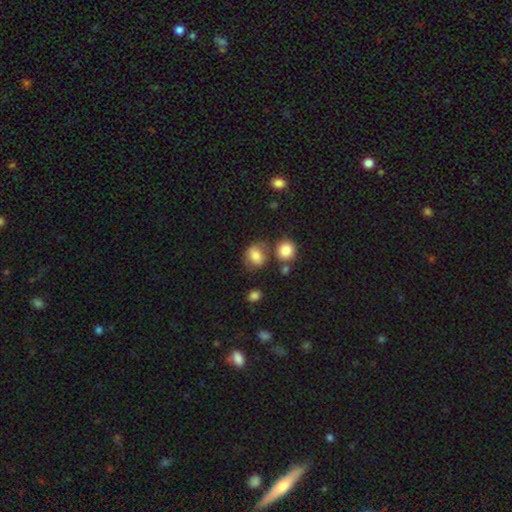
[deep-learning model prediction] The model was most divided on "how rounded" (2-way tie): round: 49%, in between: 49%, cigar-shaped: 1%. More confident: smooth or featured — smooth (76%); merging — none (58%).